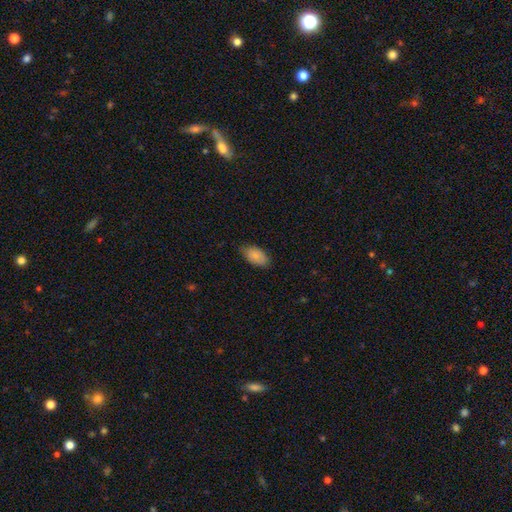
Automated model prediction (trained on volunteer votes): smooth-or-featured: smooth: 86% | star or artifact: 7% | featured or disk: 7%
  how-rounded: in between: 93% | round: 5% | cigar-shaped: 2%
  merging: none: 74% | minor disturbance: 22% | major disturbance: 3% | merger: 1%